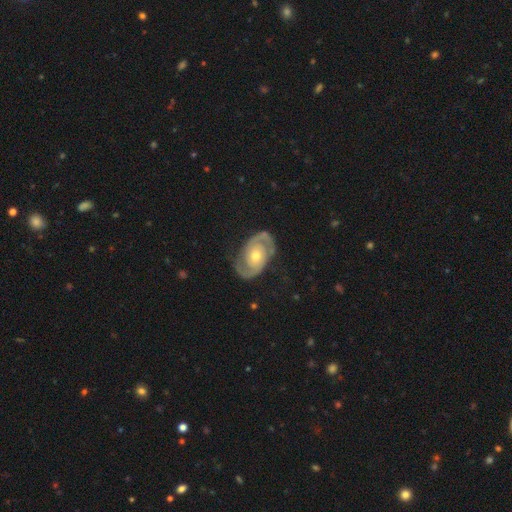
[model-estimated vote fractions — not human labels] Smooth or featured? Predicted: featured or disk (p=0.90). Edge-on disk? Predicted: no (p=0.97). Bar? Predicted: no (p=0.73). Spiral arms? Predicted: yes (p=0.97). Spiral winding? Predicted: tight (p=0.45). Spiral arm count? Predicted: 2 (p=0.93). Bulge size? Predicted: moderate (p=0.65). Merging? Predicted: none (p=0.83).